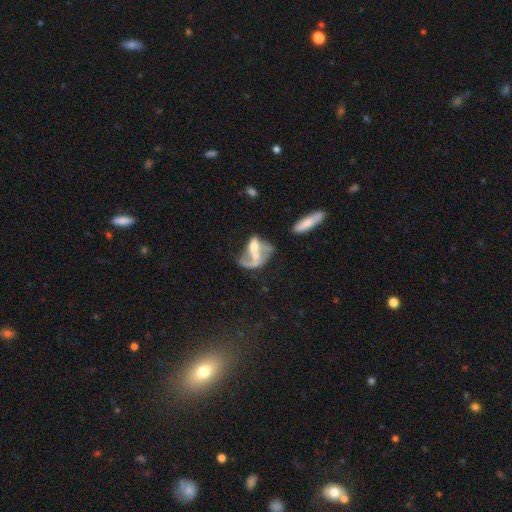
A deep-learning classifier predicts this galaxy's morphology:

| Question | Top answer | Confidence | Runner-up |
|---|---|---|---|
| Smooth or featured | featured or disk | 61% | smooth (29%) |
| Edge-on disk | no | 95% | yes (5%) |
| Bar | no | 67% | weak (24%) |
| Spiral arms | no | 58% | yes (42%) |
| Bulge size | moderate | 46% | small (26%) |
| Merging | merger | 46% | major disturbance (25%) |